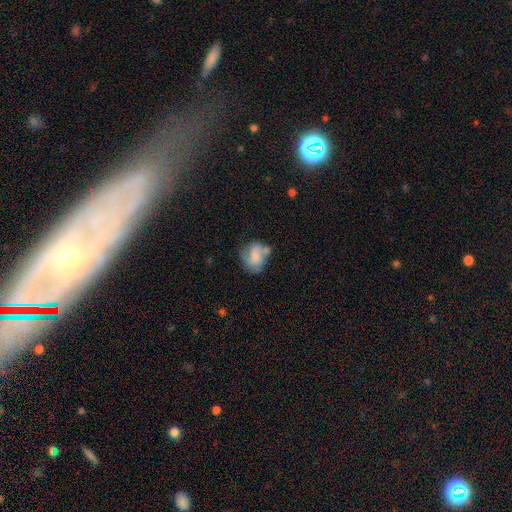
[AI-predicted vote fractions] smooth 53%, featured or disk 39%, star or artifact 9%. Down the decision tree: how rounded — in between (53%); merging — none (37%).